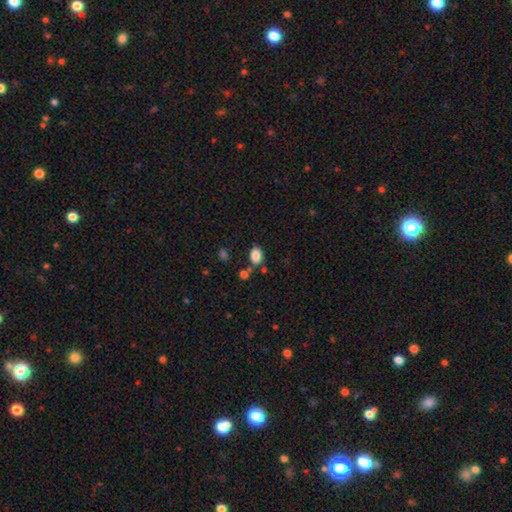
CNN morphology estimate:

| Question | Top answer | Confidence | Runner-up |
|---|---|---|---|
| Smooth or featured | smooth | 86% | star or artifact (9%) |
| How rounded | in between | 79% | round (20%) |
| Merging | none | 68% | minor disturbance (16%) |